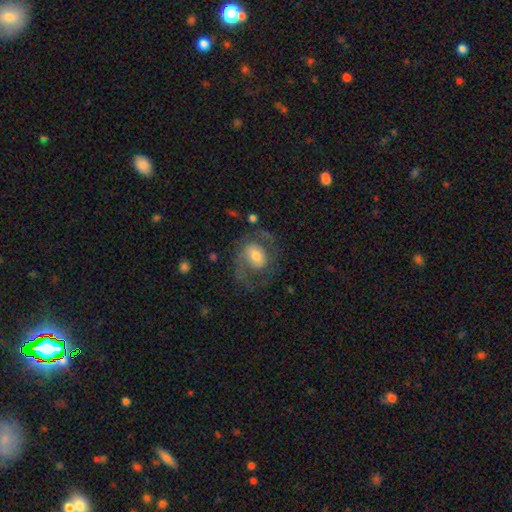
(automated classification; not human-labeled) Smooth or featured? featured or disk (66%)
Edge-on disk? no (97%)
Bar? no (42%)
Spiral arms? yes (80%)
Spiral winding? medium (52%)
Spiral arm count? 2 (75%)
Bulge size? moderate (57%)
Merging? none (58%)